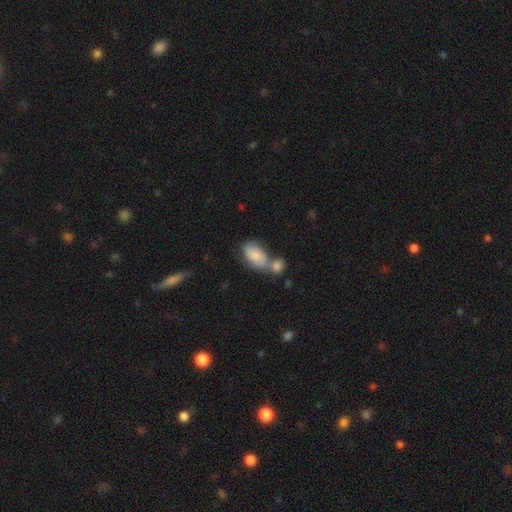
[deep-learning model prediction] Overall: smooth (78%). How rounded: in between (92%). Merging: merger (52%; none 29%).